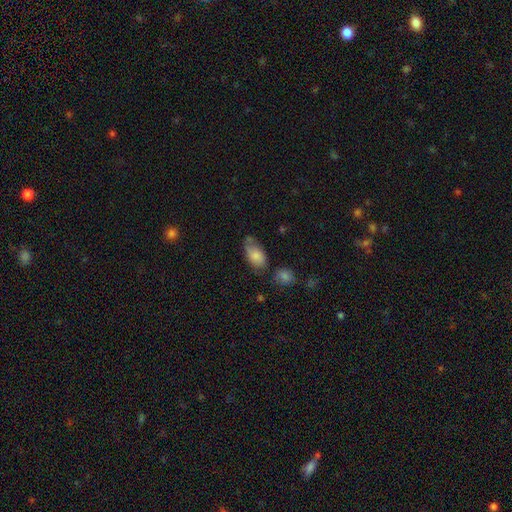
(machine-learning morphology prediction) Smooth or featured?
  - smooth: 78% *
  - featured or disk: 15%
  - star or artifact: 7%
How rounded?
  - in between: 92% *
  - round: 5%
  - cigar-shaped: 3%
Merging?
  - none: 50% *
  - minor disturbance: 31%
  - major disturbance: 10%
  - merger: 8%